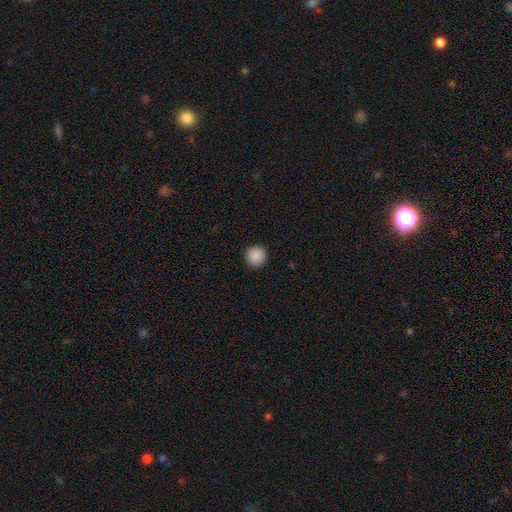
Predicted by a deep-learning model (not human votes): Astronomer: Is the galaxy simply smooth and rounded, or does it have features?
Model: smooth — 89%.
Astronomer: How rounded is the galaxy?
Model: round — 95%.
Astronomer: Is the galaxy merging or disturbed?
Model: none — 92%.